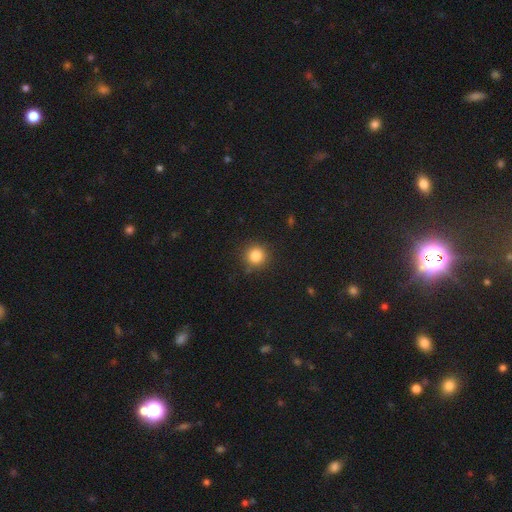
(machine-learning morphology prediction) Q: Smooth or featured?
A: smooth (84%); runner-up: star or artifact (11%)
Q: How rounded?
A: round (93%); runner-up: in between (6%)
Q: Merging?
A: none (88%); runner-up: minor disturbance (8%)